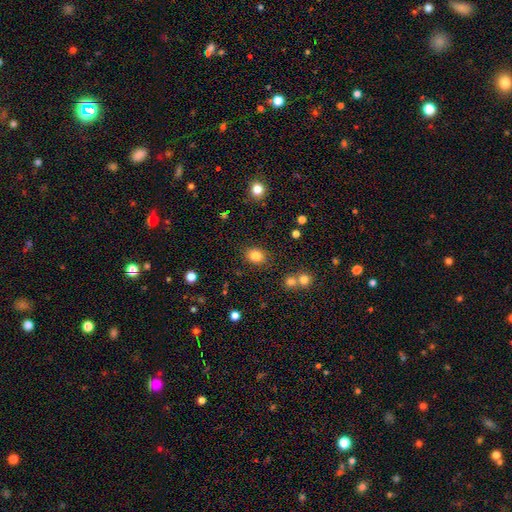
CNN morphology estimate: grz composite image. It shows a smooth galaxy with no disk features (82%) that is round (50%). Merging: none (85%).